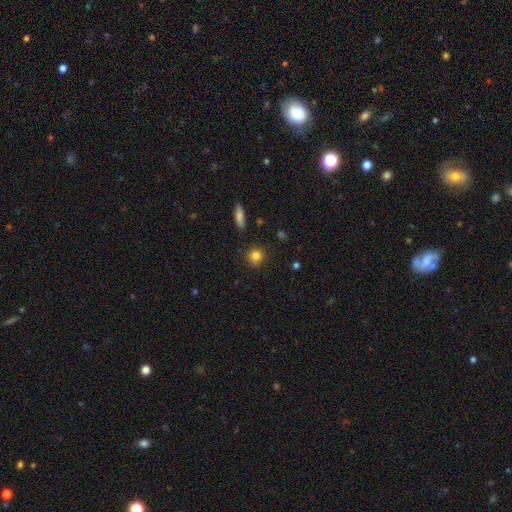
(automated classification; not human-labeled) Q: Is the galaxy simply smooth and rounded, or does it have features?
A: smooth — 83%.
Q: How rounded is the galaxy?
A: round — 85%.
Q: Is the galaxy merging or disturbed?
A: none — 84%.